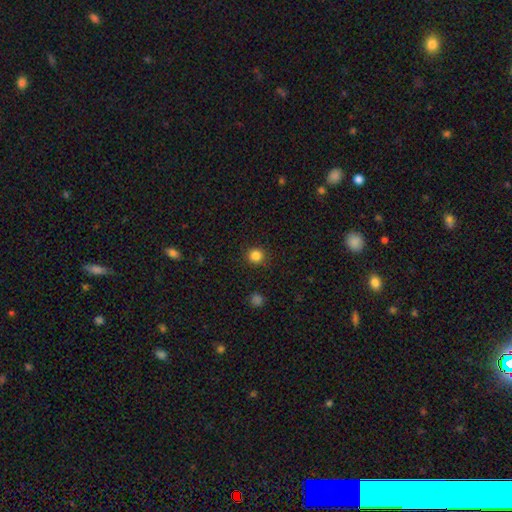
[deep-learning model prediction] A smooth galaxy with no disk features (85%) that is round (93%).

Vote fractions:
- Smooth or featured? smooth: 85% / star or artifact: 12% / featured or disk: 4%
- How rounded? round: 93% / in between: 6% / cigar-shaped: 1%
- Merging? none: 91% / minor disturbance: 6% / major disturbance: 2% / merger: 1%